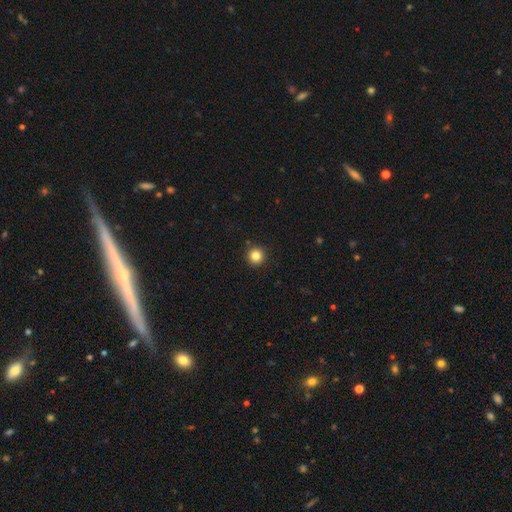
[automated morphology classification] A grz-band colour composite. It shows a smooth galaxy with no disk features (84%) that is round (96%). Merging: none (92%).